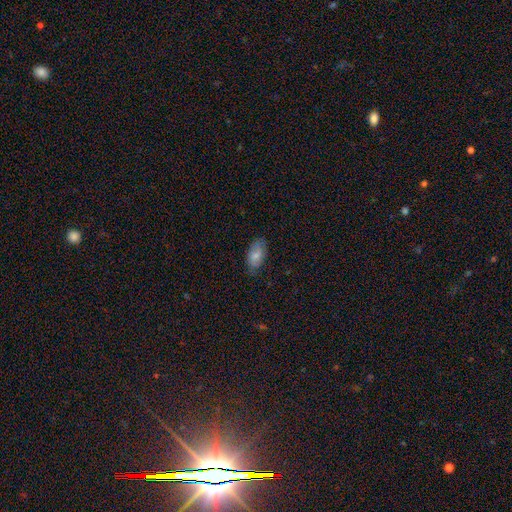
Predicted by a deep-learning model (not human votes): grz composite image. It shows a smooth galaxy with no disk features (75%) that is in between round and cigar-shaped (93%). Merging: none (76%).